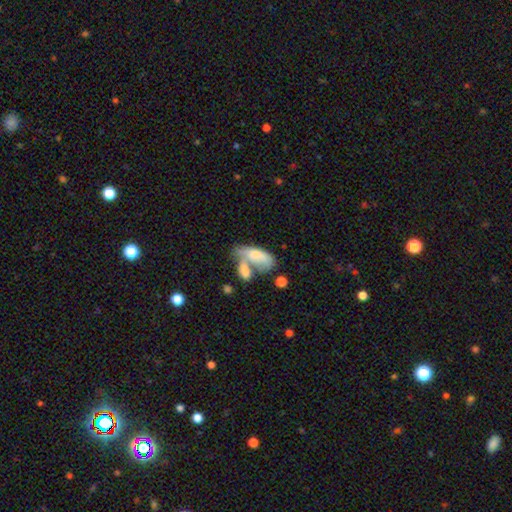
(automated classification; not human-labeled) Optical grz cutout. It shows a smooth galaxy with no disk features (70%) that is in between round and cigar-shaped (85%). Merging: merger (56%).